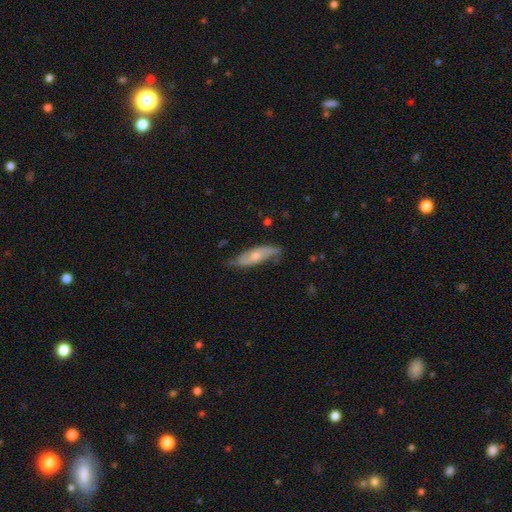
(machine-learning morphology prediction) smooth_or_featured: featured or disk (p=0.56) [alt: smooth p=0.38]
disk_edge_on: no (p=0.71) [alt: yes p=0.29]
merging: none (p=0.67) [alt: minor disturbance p=0.26]